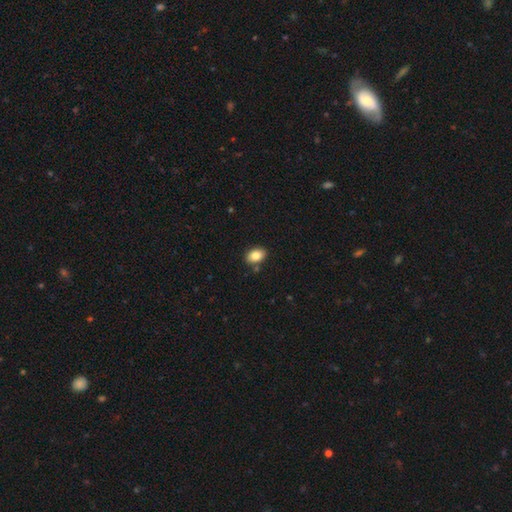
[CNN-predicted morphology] smooth-or-featured: smooth: 83% | featured or disk: 9% | star or artifact: 8%
  how-rounded: in between: 84% | round: 15% | cigar-shaped: 1%
  merging: none: 85% | minor disturbance: 10% | merger: 4% | major disturbance: 2%